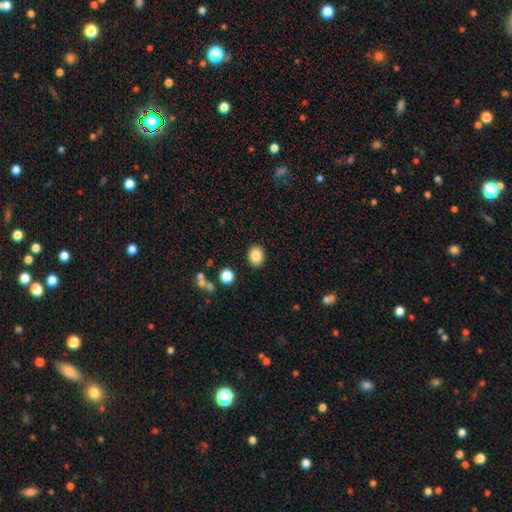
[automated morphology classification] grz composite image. It shows a smooth galaxy with no disk features (85%) that is in between round and cigar-shaped (56%). Merging: none (88%).